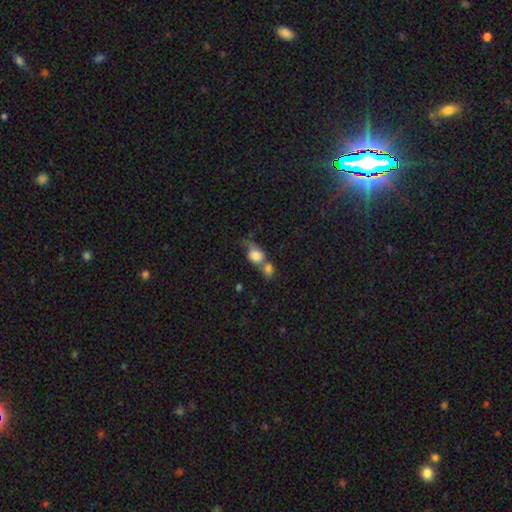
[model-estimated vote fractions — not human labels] Smooth or featured? Predicted: smooth (p=0.73). How rounded? Predicted: in between (p=0.49). Merging? Predicted: merger (p=0.66).